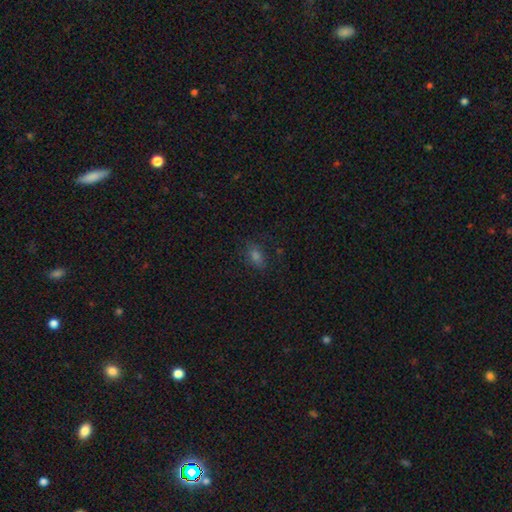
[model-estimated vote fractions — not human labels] Q: Smooth or featured?
A: smooth (61%); runner-up: star or artifact (28%)
Q: How rounded?
A: in between (75%); runner-up: round (21%)
Q: Merging?
A: none (80%); runner-up: minor disturbance (14%)